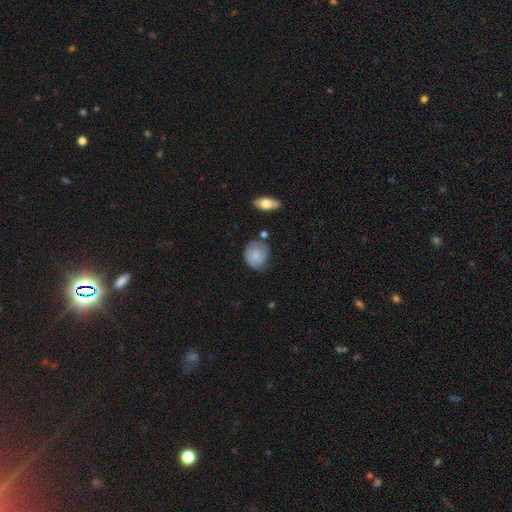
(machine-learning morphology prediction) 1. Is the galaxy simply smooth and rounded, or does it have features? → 68% smooth, 26% featured or disk, 6% star or artifact.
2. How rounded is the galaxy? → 72% round, 27% in between, 1% cigar-shaped.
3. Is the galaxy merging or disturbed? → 61% none, 28% minor disturbance, 6% major disturbance, 4% merger.